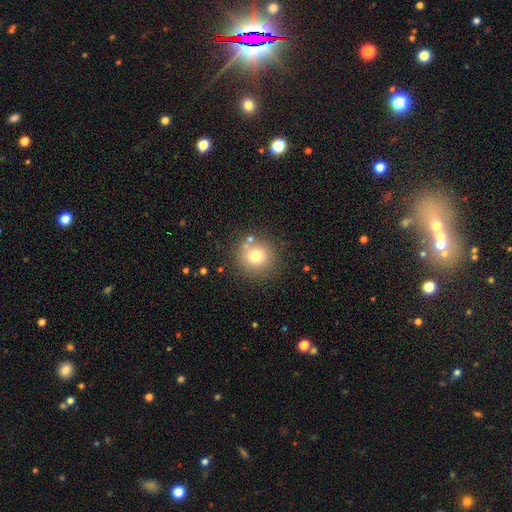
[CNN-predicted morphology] type=smooth (74%); roundness=round (93%); merging=none (81%).